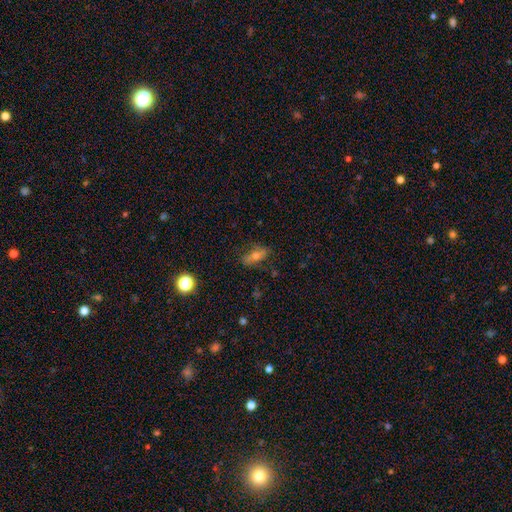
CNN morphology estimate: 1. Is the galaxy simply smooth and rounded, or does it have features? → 48% smooth, 38% featured or disk, 14% star or artifact.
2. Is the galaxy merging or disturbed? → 75% none, 17% minor disturbance, 6% major disturbance, 2% merger.